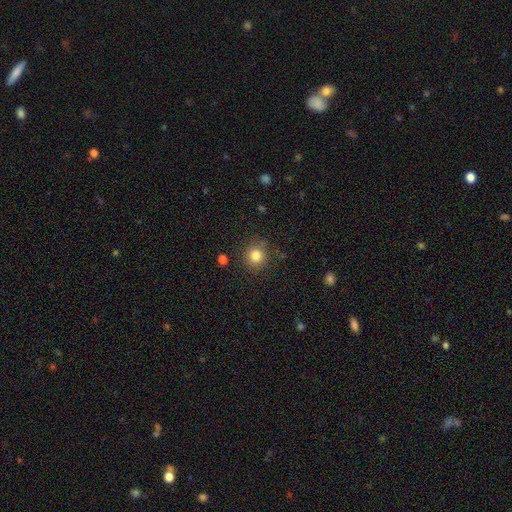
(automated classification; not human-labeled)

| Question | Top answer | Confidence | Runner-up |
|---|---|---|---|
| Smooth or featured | smooth | 82% | star or artifact (12%) |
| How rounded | round | 89% | in between (10%) |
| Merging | none | 84% | minor disturbance (10%) |